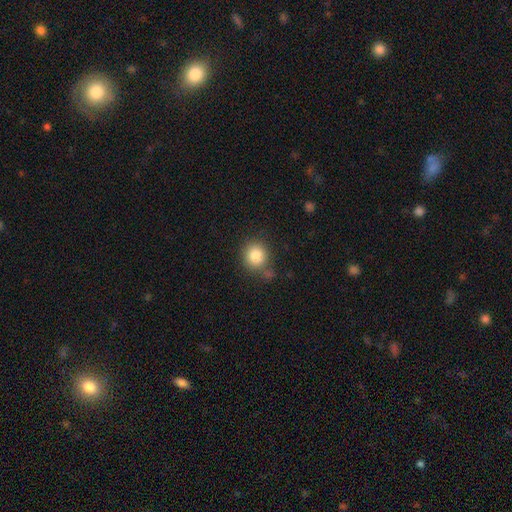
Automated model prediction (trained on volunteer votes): smooth 84%, star or artifact 10%, featured or disk 6%. Down the decision tree: how rounded — round (87%); merging — none (70%).